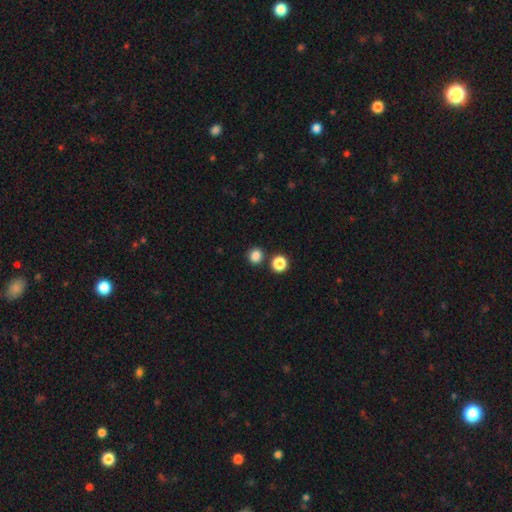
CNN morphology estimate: This is clearly a smooth galaxy (84%). How rounded: clearly round (86%). Merging: clearly none (82%).